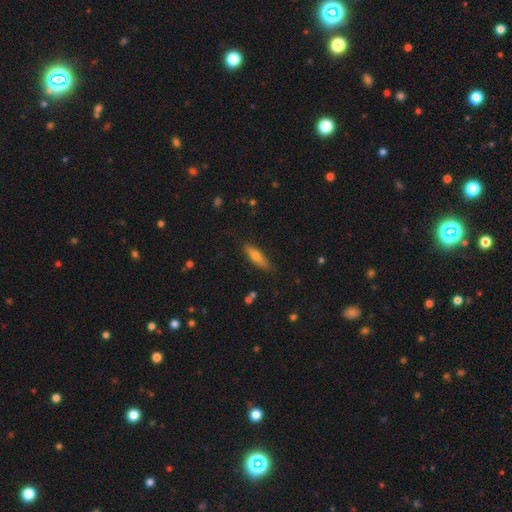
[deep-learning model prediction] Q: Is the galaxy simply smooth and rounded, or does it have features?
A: smooth — 63%.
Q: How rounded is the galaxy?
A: cigar-shaped — 68%.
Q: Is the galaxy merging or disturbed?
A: none — 84%.